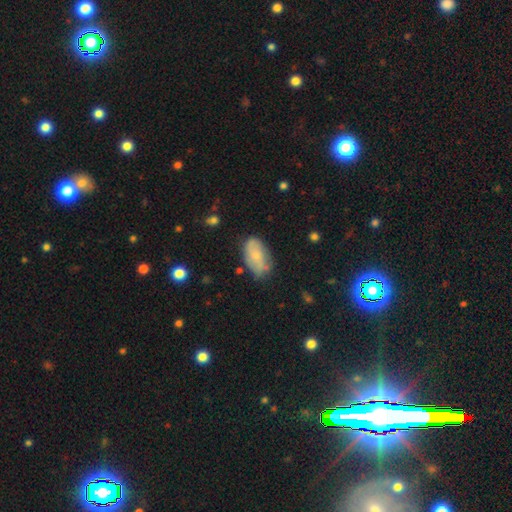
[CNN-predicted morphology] smooth_or_featured: smooth (p=0.69) [alt: featured or disk p=0.24]
how_rounded: in between (p=0.93) [alt: round p=0.04]
merging: none (p=0.65) [alt: minor disturbance p=0.25]